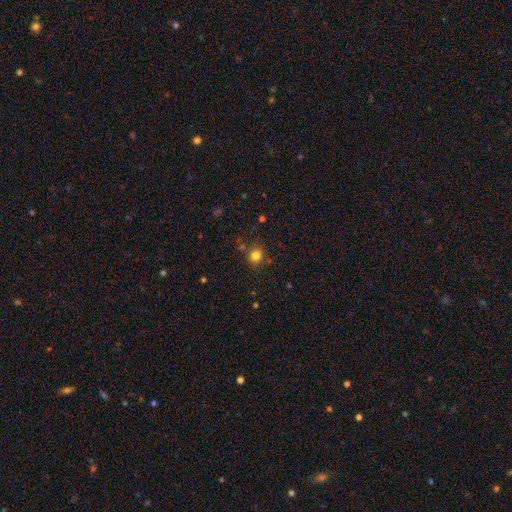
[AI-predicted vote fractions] Smooth or featured?
  - smooth: 80% *
  - star or artifact: 15%
  - featured or disk: 6%
How rounded?
  - round: 83% *
  - in between: 16%
  - cigar-shaped: 1%
Merging?
  - none: 81% *
  - minor disturbance: 11%
  - merger: 5%
  - major disturbance: 3%